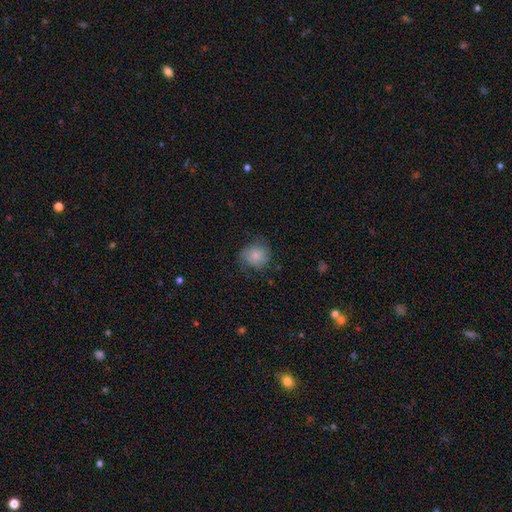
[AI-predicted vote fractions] This appears to be a smooth galaxy with no disk features (75%) that is round (82%). Merging: none (65%).